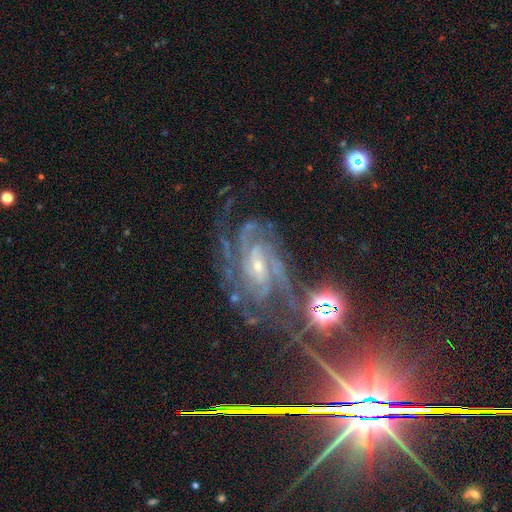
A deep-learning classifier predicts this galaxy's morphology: This is clearly a featured or disk galaxy (87%). It is clearly not viewed edge-on (96%). Bar: possibly no (45%). Spiral arm pattern: clearly yes (98%). Spiral arm count: marginally 3 (23%). Spiral winding: possibly tight (56%). Central bulge: likely small (72%). Merging: likely none (65%).